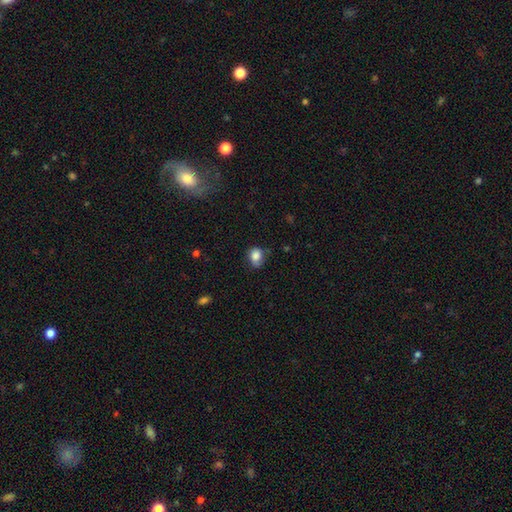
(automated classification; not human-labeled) Smooth or featured? smooth (81%)
How rounded? in between (52%)
Merging? none (54%)